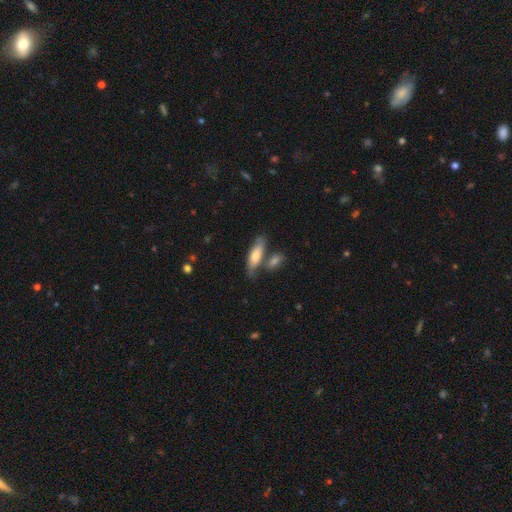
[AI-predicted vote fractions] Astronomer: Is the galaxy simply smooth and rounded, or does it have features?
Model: smooth — 66%.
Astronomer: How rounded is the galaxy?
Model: in between — 55% (runner-up: cigar-shaped, 43%).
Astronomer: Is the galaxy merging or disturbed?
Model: none — 58%.